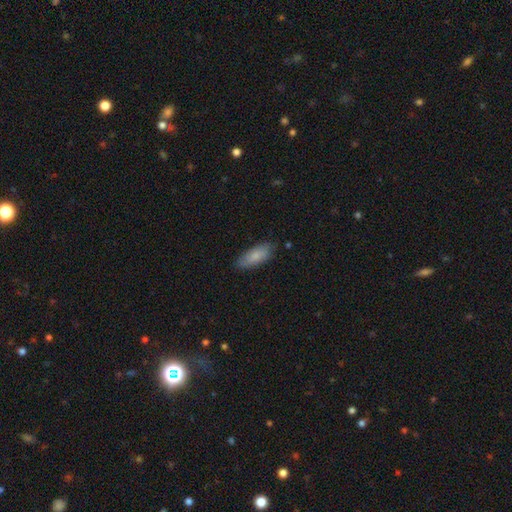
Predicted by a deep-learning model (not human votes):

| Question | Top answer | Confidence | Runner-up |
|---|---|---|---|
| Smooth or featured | smooth | 79% | featured or disk (15%) |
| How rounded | in between | 77% | cigar-shaped (22%) |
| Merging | none | 82% | minor disturbance (15%) |